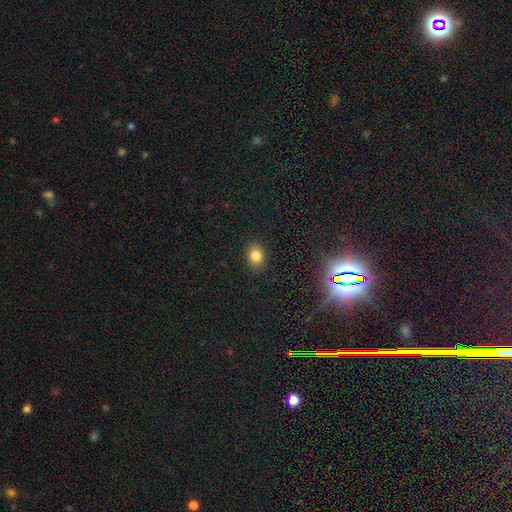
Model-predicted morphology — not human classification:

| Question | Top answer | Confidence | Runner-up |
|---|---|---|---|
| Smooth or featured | smooth | 81% | star or artifact (12%) |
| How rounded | round | 50% | in between (49%) |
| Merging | none | 89% | minor disturbance (8%) |